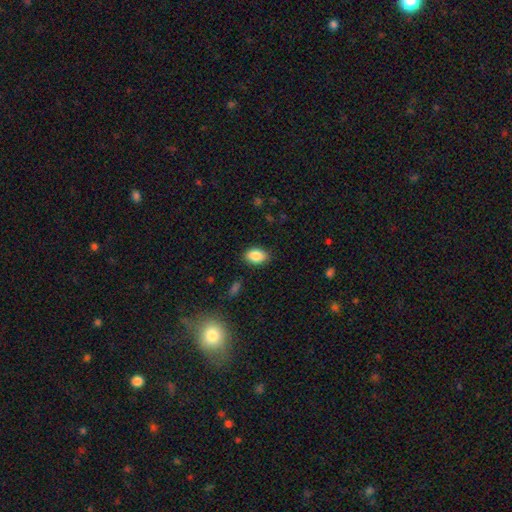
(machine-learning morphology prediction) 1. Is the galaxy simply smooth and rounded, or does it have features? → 86% smooth, 8% star or artifact, 5% featured or disk.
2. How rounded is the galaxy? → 83% in between, 15% round, 1% cigar-shaped.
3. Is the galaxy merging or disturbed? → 84% none, 12% minor disturbance, 3% major disturbance, 1% merger.